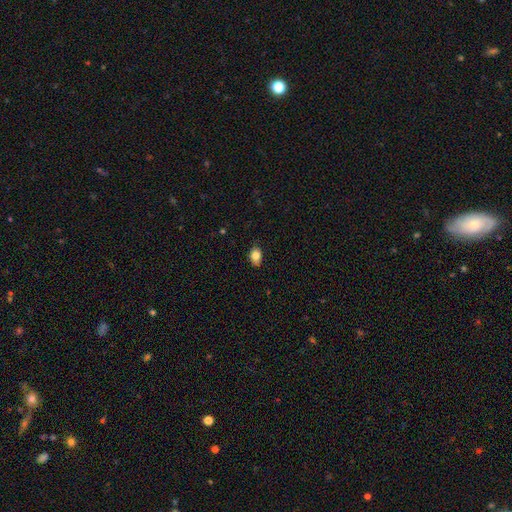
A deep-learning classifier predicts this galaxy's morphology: smooth_or_featured: smooth (p=0.84) [alt: star or artifact p=0.09]
how_rounded: in between (p=0.82) [alt: round p=0.16]
merging: none (p=0.80) [alt: minor disturbance p=0.17]